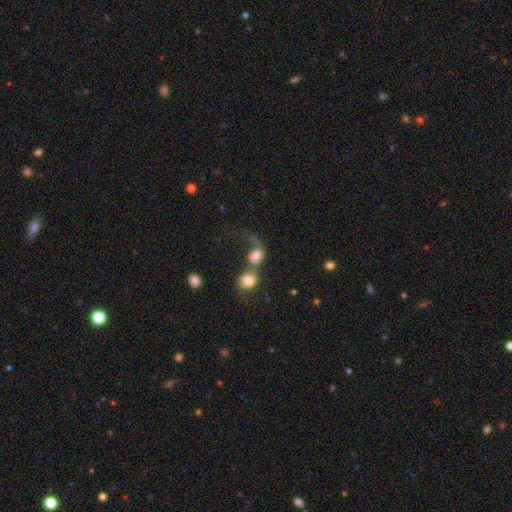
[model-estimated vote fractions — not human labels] Morphology: type=smooth (67%); roundness=in between (52%); merging=merger (71%).